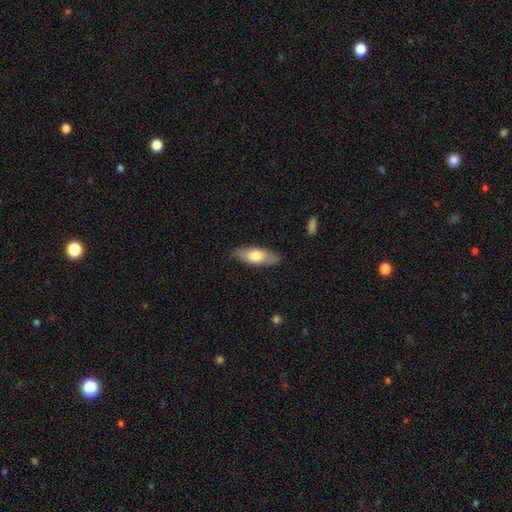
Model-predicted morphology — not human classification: type=smooth (66%); roundness=in between (69%); merging=none (82%).